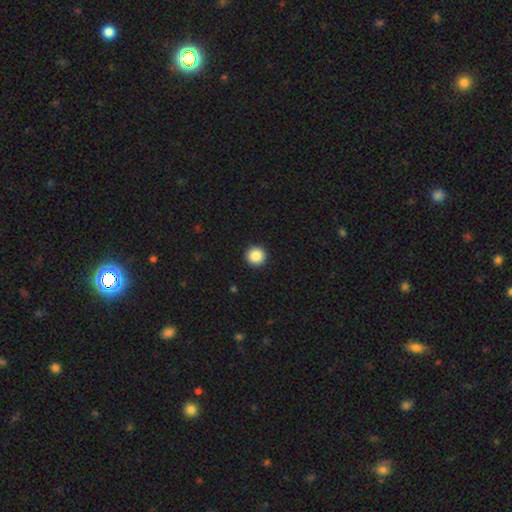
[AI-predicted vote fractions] Overall: smooth (88%). How rounded: round (96%). Merging: none (93%).